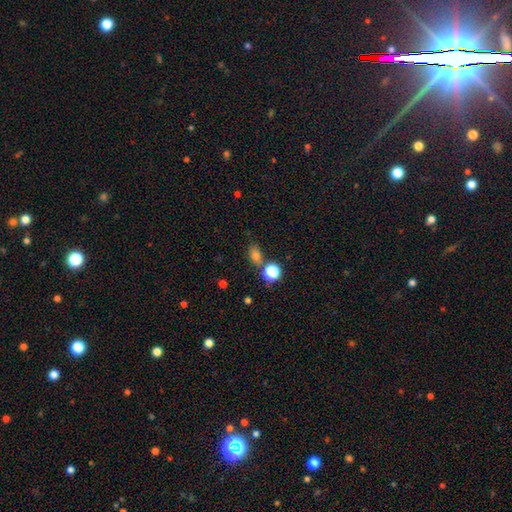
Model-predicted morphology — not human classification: A smooth galaxy with no disk features (73%) that is in between round and cigar-shaped (72%). Merging: none (69%).